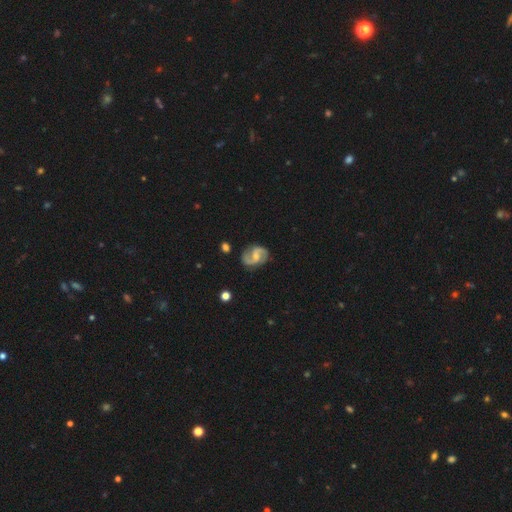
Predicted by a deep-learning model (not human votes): Q: Smooth or featured?
A: featured or disk (88%); runner-up: smooth (7%)
Q: Edge-on disk?
A: no (98%); runner-up: yes (2%)
Q: Bar?
A: weak (53%); runner-up: no (30%)
Q: Spiral arms?
A: yes (97%); runner-up: no (3%)
Q: Spiral winding?
A: medium (54%); runner-up: loose (31%)
Q: Spiral arm count?
A: 2 (93%); runner-up: can't tell (2%)
Q: Bulge size?
A: small (43%); runner-up: moderate (34%)
Q: Merging?
A: none (81%); runner-up: minor disturbance (13%)